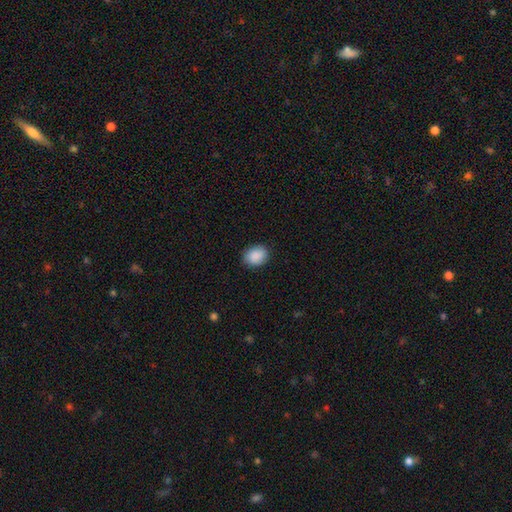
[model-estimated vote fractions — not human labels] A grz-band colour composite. It shows a smooth galaxy with no disk features (90%) that is in between round and cigar-shaped (55%). Merging: none (86%).